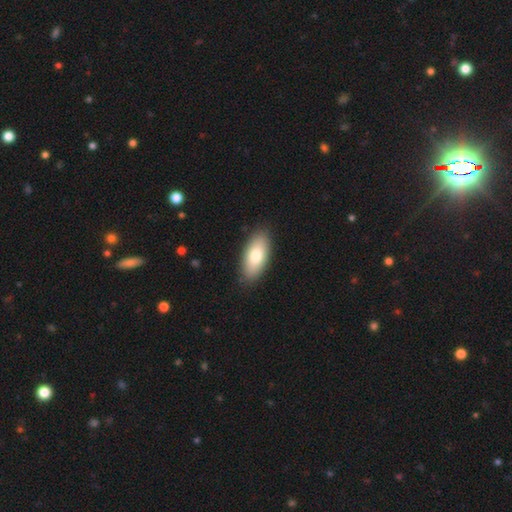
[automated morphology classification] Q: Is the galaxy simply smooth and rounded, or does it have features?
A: smooth — 77%.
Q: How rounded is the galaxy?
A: in between — 88%.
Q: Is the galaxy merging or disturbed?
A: none — 88%.